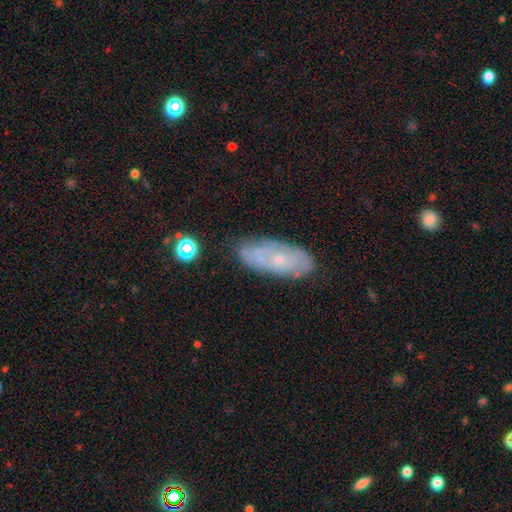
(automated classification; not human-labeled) This appears to be a featured or disk galaxy (54%). Merging: none (64%).